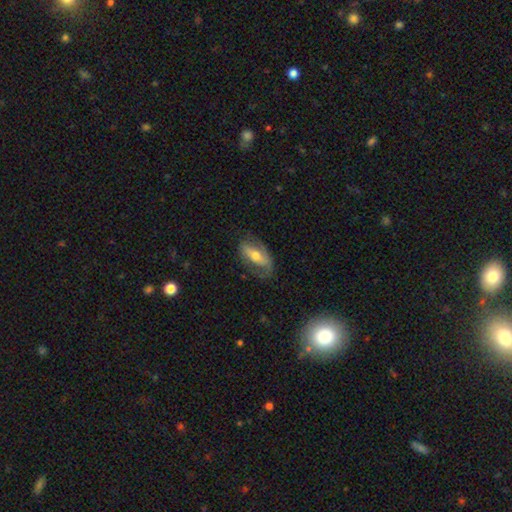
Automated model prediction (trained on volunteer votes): Morphology: type=featured or disk (61%); edge-on=no (81%); merging=none (62%).